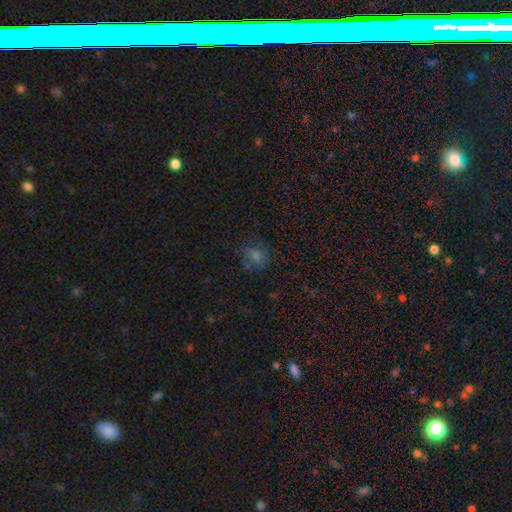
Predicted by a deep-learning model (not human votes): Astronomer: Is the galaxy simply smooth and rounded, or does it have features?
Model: smooth — 59%.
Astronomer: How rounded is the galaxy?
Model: round — 72%.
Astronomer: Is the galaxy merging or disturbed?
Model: none — 74%.